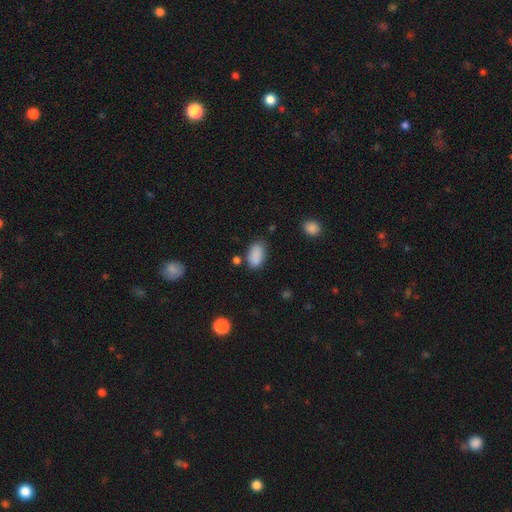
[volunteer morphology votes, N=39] Smooth or featured: smooth — 97% (star or artifact — 3%)
How rounded: in between — 97% (round — 3%)
Merging: none — 68% (minor disturbance — 16%)